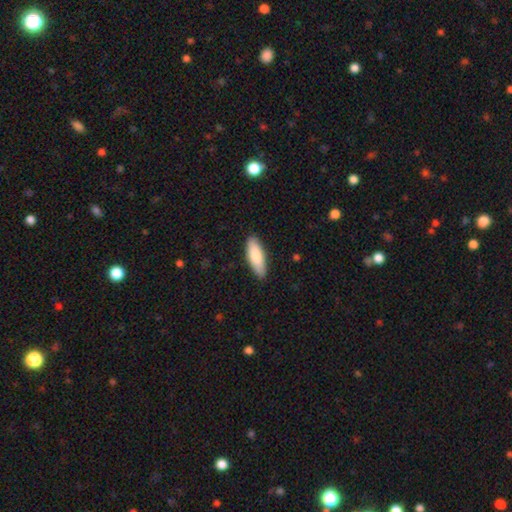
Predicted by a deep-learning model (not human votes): Morphology: type=smooth (82%); roundness=in between (60%); merging=none (87%).